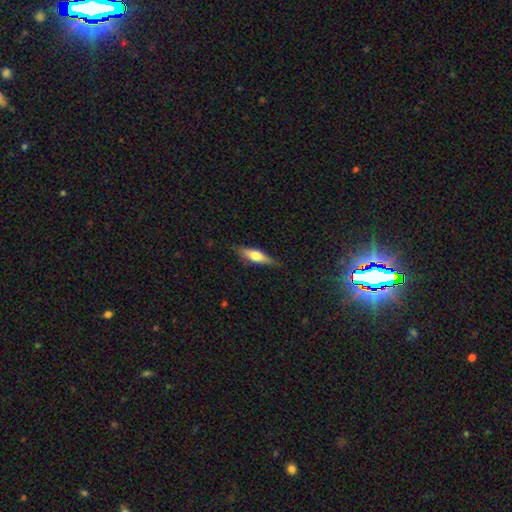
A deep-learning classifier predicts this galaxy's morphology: type=smooth (50%); merging=none (82%).